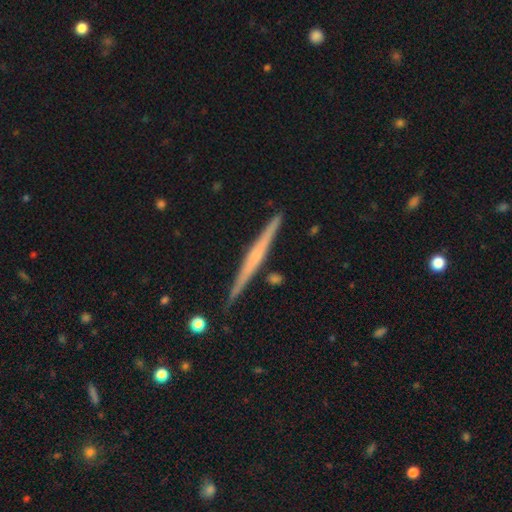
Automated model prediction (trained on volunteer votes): Morphology: type=featured or disk (67%); edge-on=yes (98%); edge-on bulge=none (53%); merging=none (88%).